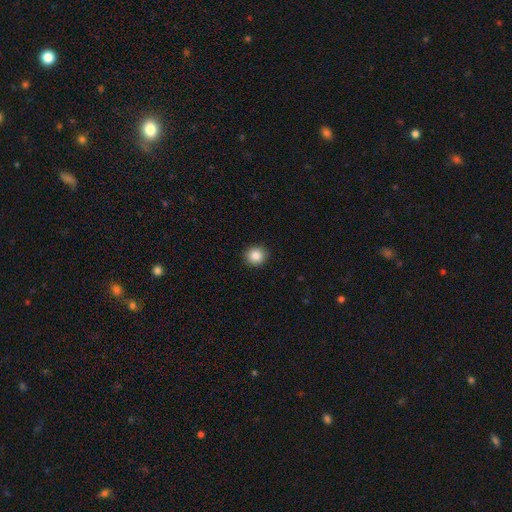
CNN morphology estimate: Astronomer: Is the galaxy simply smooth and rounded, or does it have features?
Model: smooth — 85%.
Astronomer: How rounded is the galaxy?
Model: round — 90%.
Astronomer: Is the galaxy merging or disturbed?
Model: none — 92%.